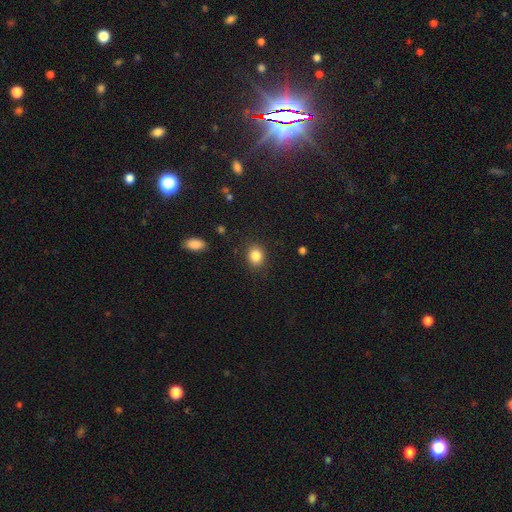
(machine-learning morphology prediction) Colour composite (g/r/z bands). It shows a smooth galaxy with no disk features (85%) that is round (61%). Merging: none (87%).